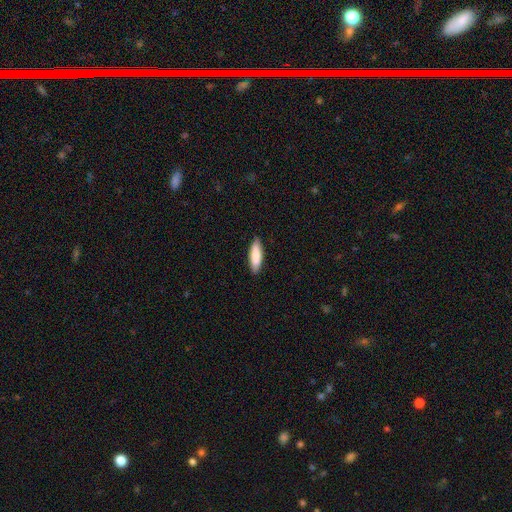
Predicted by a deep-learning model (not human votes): Smooth or featured: smooth — 82% (featured or disk — 13%)
How rounded: cigar-shaped — 52% (in between — 46%)
Merging: none — 89% (minor disturbance — 9%)